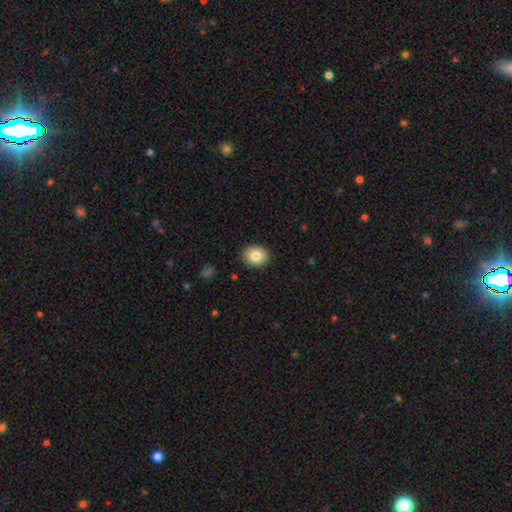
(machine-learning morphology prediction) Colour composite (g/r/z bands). It shows a smooth galaxy with no disk features (82%) that is round (57%). Merging: none (90%).